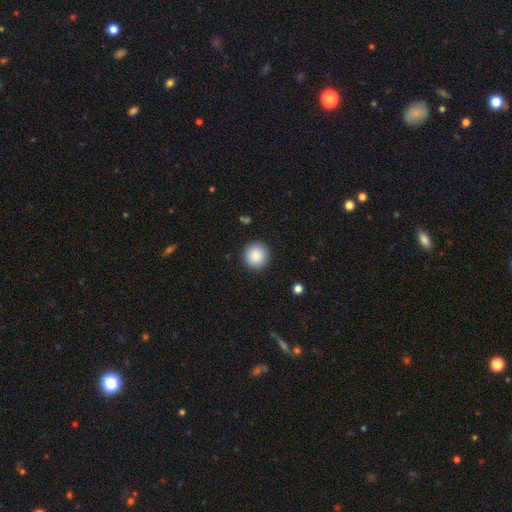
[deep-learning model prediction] Q: Smooth or featured?
A: smooth (89%); runner-up: star or artifact (8%)
Q: How rounded?
A: round (95%); runner-up: in between (5%)
Q: Merging?
A: none (91%); runner-up: minor disturbance (6%)